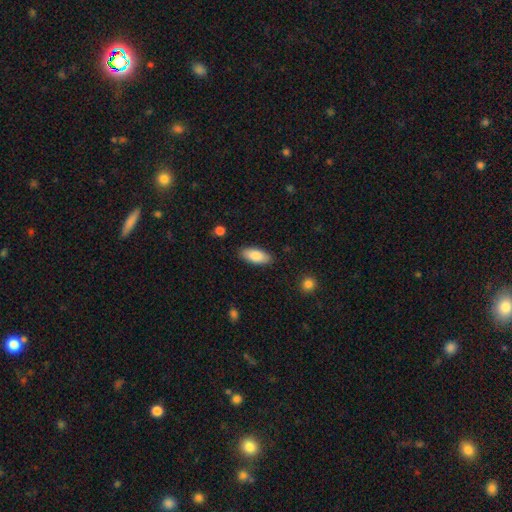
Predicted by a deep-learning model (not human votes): smooth 85%, featured or disk 9%, star or artifact 6%. Down the decision tree: how rounded — in between (85%); merging — none (88%).